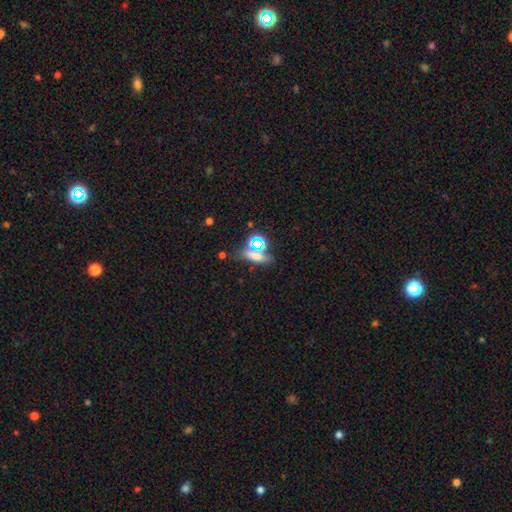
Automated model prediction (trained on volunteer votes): Morphology: type=smooth (52%); roundness=in between (49%); merging=none (62%).